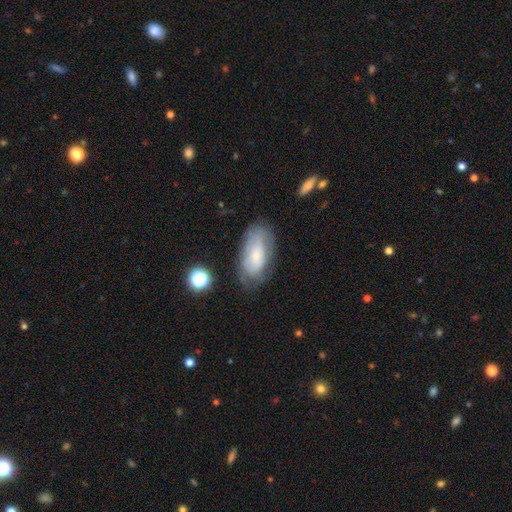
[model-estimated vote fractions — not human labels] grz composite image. It shows a featured or disk galaxy (50%). Merging: none (69%).